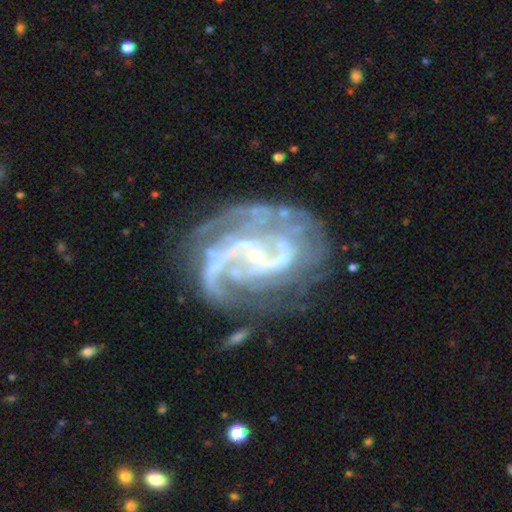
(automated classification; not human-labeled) A featured or disk galaxy (90%) with no bar (46%), 2 (47%) medium (47%) spiral arms (95%) and a small central bulge (84%). Merging: none (52%).